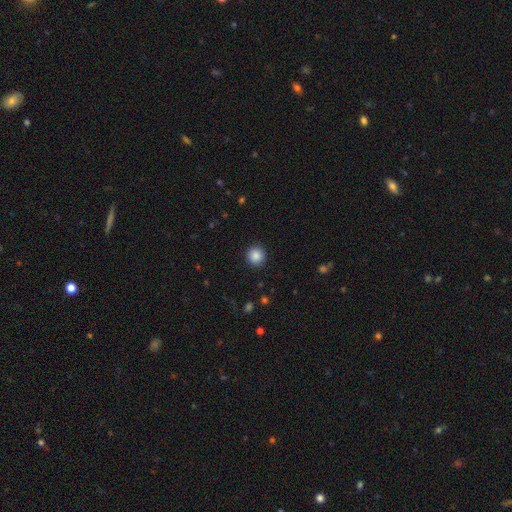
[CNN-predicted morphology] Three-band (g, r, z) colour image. It shows a smooth galaxy with no disk features (88%) that is round (94%). Merging: none (92%).